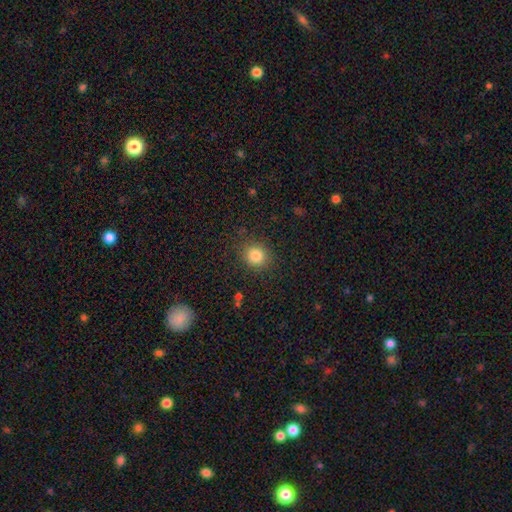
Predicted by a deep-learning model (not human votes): smooth_or_featured: smooth (p=0.83) [alt: star or artifact p=0.12]
how_rounded: round (p=0.82) [alt: in between p=0.17]
merging: none (p=0.87) [alt: minor disturbance p=0.08]